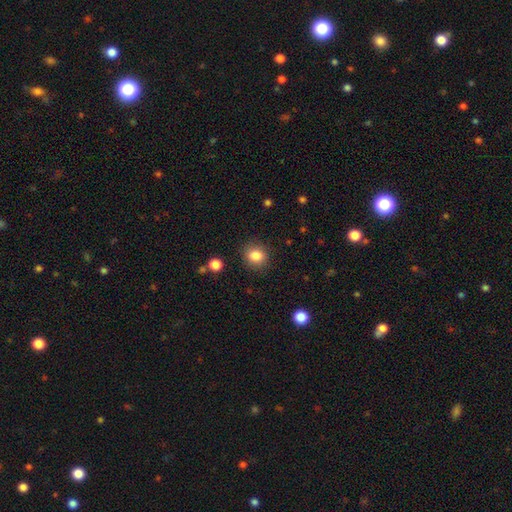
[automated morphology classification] smooth_or_featured: smooth (p=0.85) [alt: star or artifact p=0.10]
how_rounded: round (p=0.72) [alt: in between p=0.27]
merging: none (p=0.87) [alt: minor disturbance p=0.09]